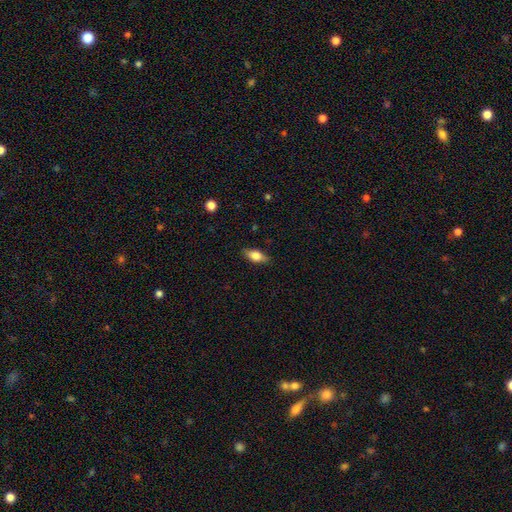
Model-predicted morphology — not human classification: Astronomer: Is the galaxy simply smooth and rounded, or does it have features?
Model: smooth — 72%.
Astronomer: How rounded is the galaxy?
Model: in between — 81%.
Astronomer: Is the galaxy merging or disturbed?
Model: none — 84%.